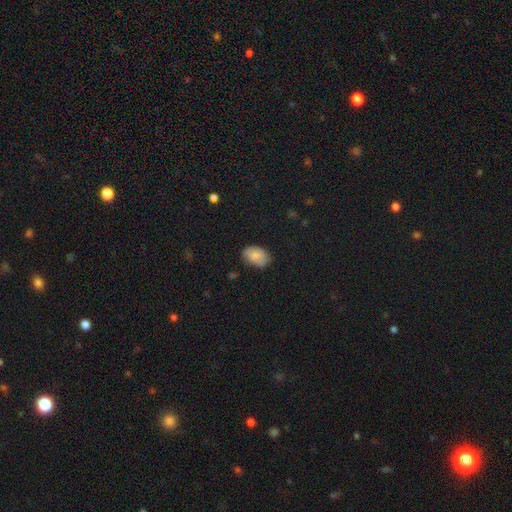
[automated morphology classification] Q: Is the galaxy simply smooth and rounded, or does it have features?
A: smooth — 81%.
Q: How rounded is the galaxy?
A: in between — 85%.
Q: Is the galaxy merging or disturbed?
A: none — 68%.